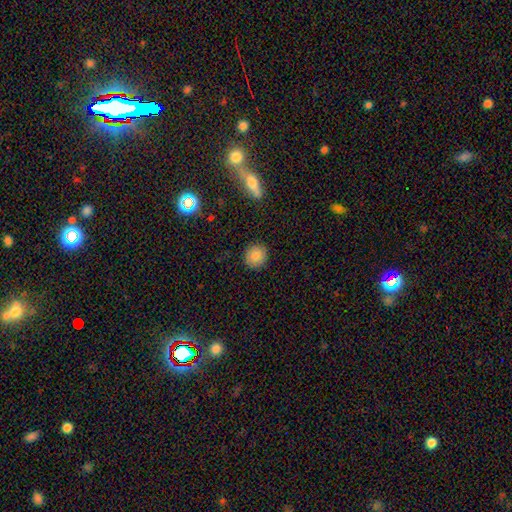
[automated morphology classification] Smooth or featured? Predicted: smooth (p=0.85). How rounded? Predicted: round (p=0.92). Merging? Predicted: none (p=0.91).